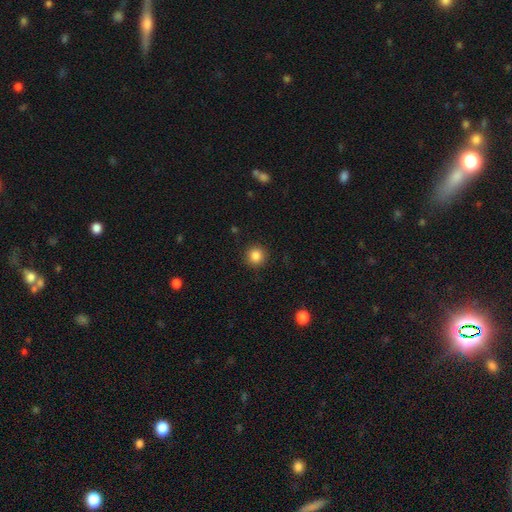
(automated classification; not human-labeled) Morphology: type=smooth (85%); roundness=round (94%); merging=none (91%).